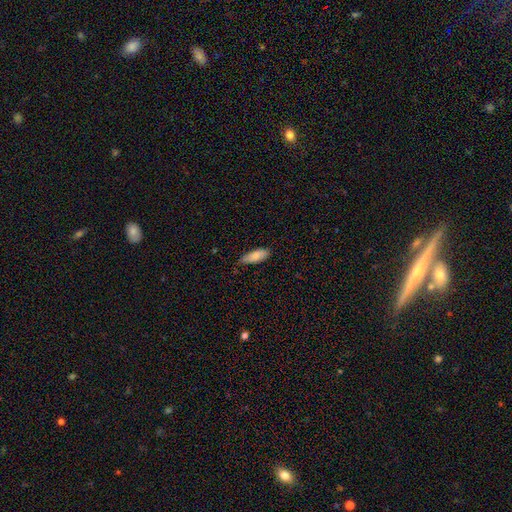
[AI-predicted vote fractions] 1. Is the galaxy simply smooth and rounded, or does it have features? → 80% smooth, 14% featured or disk, 6% star or artifact.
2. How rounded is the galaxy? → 75% in between, 24% cigar-shaped, 2% round.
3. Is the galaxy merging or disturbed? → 71% none, 24% minor disturbance, 3% major disturbance, 1% merger.